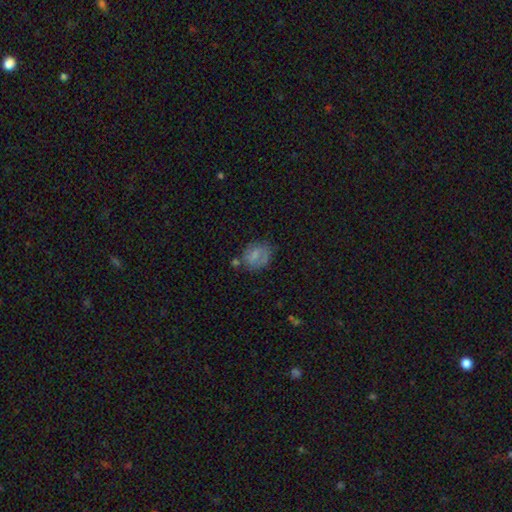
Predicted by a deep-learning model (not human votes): Smooth or featured? Predicted: smooth (p=0.62). How rounded? Predicted: in between (p=0.49, tied with round). Merging? Predicted: none (p=0.55).